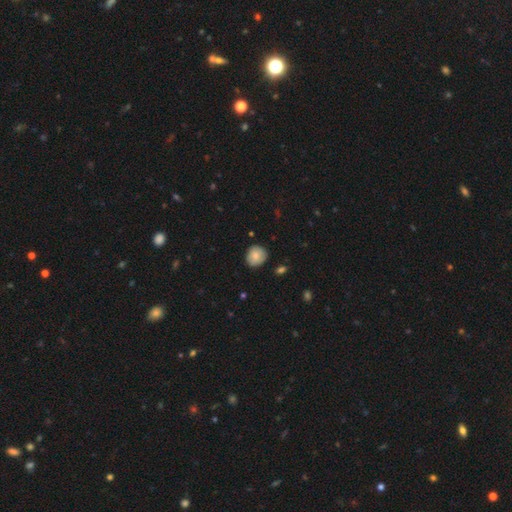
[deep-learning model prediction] A smooth galaxy with no disk features (80%) that is round (79%). Merging: none (82%).